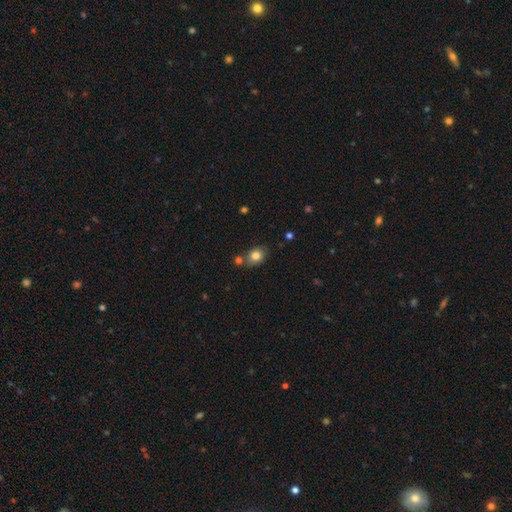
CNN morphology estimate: smooth 80%, star or artifact 10%, featured or disk 10%. Down the decision tree: how rounded — in between (53%); merging — none (63%).